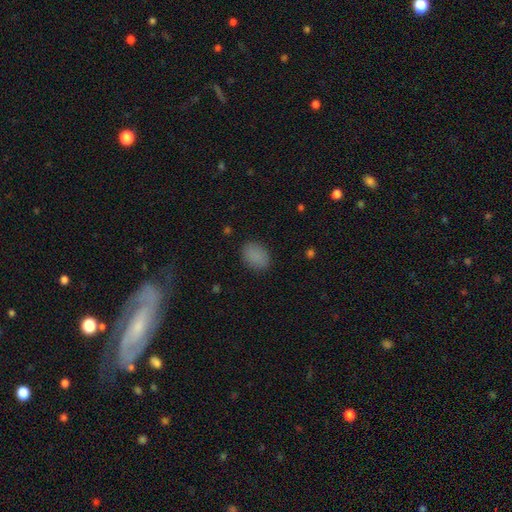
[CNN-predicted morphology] A smooth galaxy with no disk features (86%) that is in between round and cigar-shaped (76%).

Vote fractions:
- Smooth or featured? smooth: 86% / star or artifact: 10% / featured or disk: 4%
- How rounded? in between: 76% / round: 23% / cigar-shaped: 1%
- Merging? none: 86% / minor disturbance: 10% / major disturbance: 3% / merger: 1%